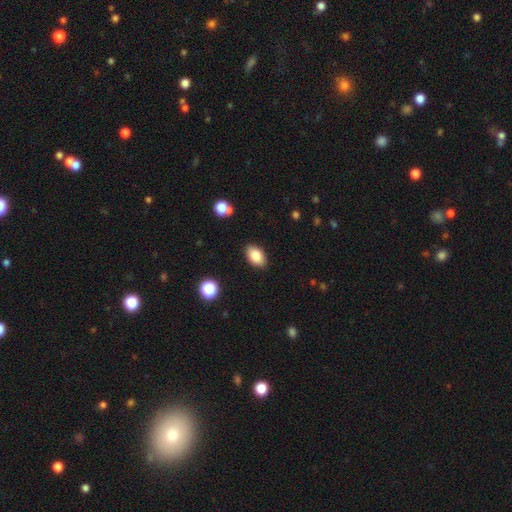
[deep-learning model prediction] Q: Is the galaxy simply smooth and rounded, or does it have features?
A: smooth — 84%.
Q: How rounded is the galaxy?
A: in between — 91%.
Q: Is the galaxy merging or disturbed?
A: none — 88%.